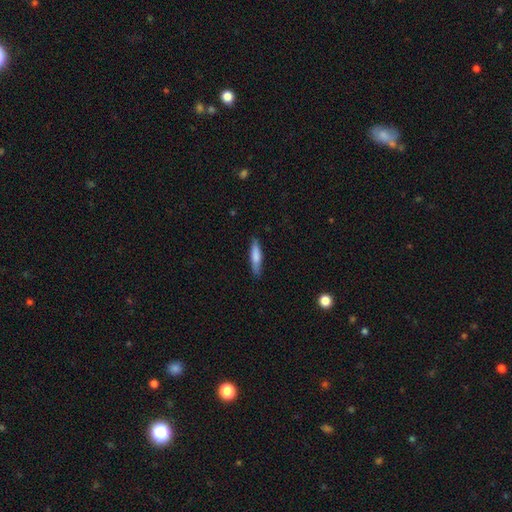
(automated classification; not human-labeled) smooth_or_featured: smooth (p=0.75) [alt: featured or disk p=0.19]
how_rounded: cigar-shaped (p=0.82) [alt: in between p=0.17]
merging: none (p=0.85) [alt: minor disturbance p=0.11]